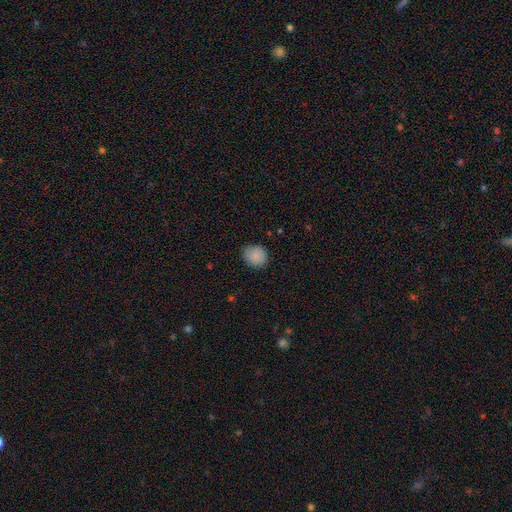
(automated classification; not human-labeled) A smooth galaxy with no disk features (87%) that is round (71%). Merging: none (82%).